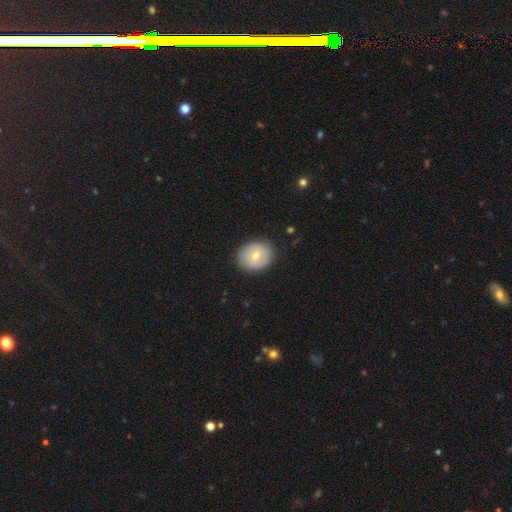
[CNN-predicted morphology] smooth-or-featured: smooth: 57% | featured or disk: 36% | star or artifact: 7%
  how-rounded: round: 68% | in between: 31% | cigar-shaped: 1%
  merging: none: 84% | minor disturbance: 12% | major disturbance: 3% | merger: 1%